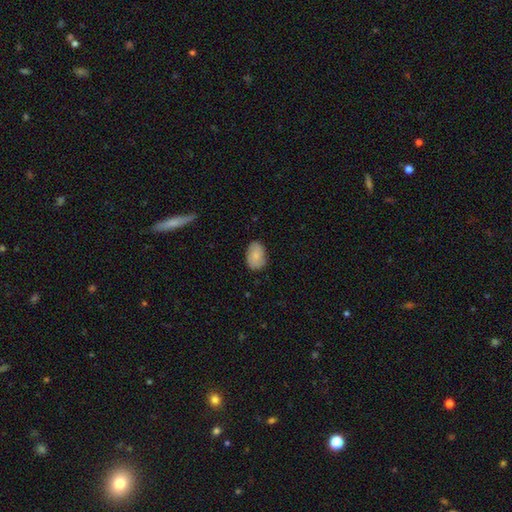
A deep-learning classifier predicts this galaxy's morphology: A smooth galaxy with no disk features (80%) that is in between round and cigar-shaped (84%). Merging: none (78%).